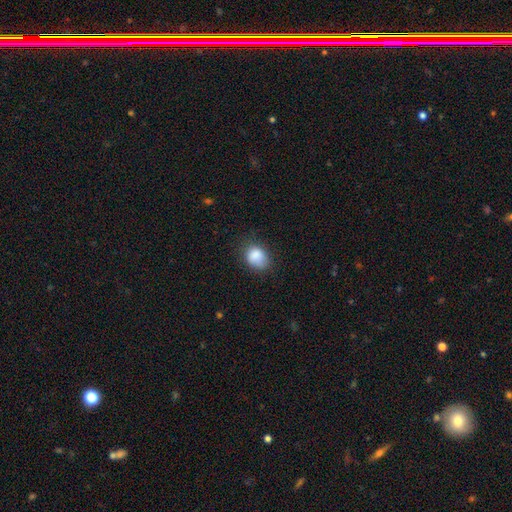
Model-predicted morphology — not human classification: smooth_or_featured: smooth (p=0.86) [alt: star or artifact p=0.09]
how_rounded: in between (p=0.51) [alt: round p=0.48]
merging: none (p=0.63) [alt: minor disturbance p=0.27]